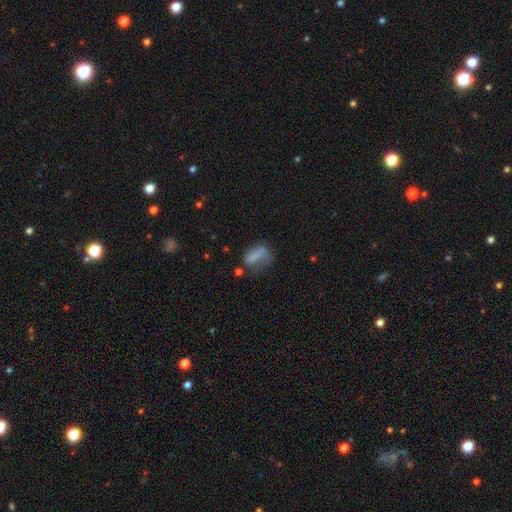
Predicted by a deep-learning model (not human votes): Smooth or featured: smooth — 68% (featured or disk — 20%)
How rounded: in between — 75% (cigar-shaped — 13%)
Merging: major disturbance — 35% (none — 32%)